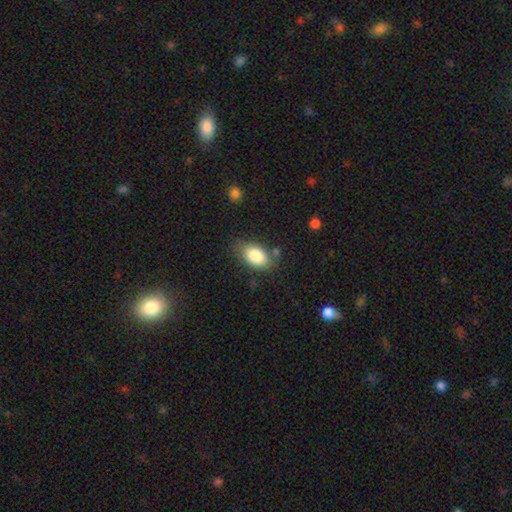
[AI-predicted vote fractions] smooth-or-featured: smooth: 84% | featured or disk: 8% | star or artifact: 7%
  how-rounded: in between: 91% | round: 7% | cigar-shaped: 2%
  merging: none: 73% | minor disturbance: 17% | major disturbance: 5% | merger: 5%